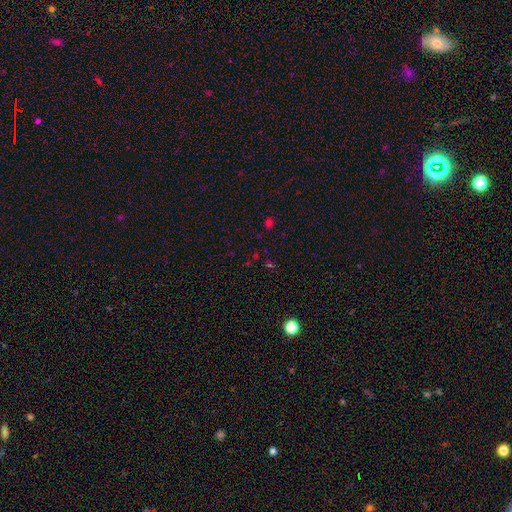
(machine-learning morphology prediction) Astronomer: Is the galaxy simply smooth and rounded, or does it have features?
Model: star or artifact — 56% (runner-up: smooth, 36%).